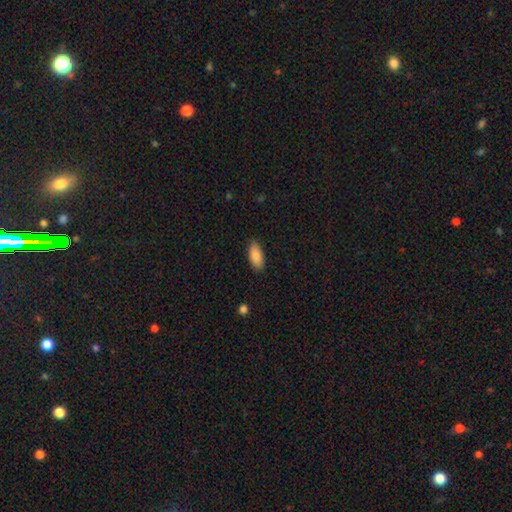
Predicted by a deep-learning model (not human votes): Smooth or featured? Predicted: smooth (p=0.88). How rounded? Predicted: in between (p=0.90). Merging? Predicted: none (p=0.86).